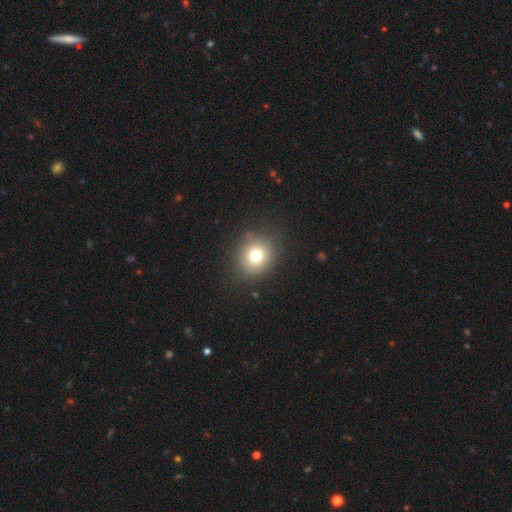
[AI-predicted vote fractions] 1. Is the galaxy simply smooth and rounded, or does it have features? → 75% smooth, 13% star or artifact, 12% featured or disk.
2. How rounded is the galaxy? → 78% round, 22% in between, 1% cigar-shaped.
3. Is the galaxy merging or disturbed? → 85% none, 9% minor disturbance, 4% major disturbance, 1% merger.